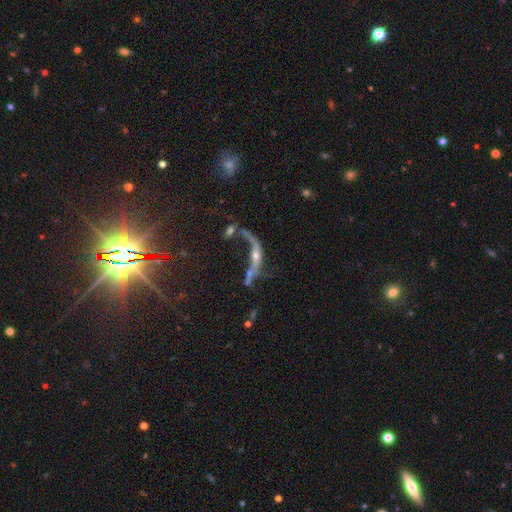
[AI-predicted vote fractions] smooth_or_featured: featured or disk (p=0.64) [alt: smooth p=0.20]
disk_edge_on: no (p=0.69) [alt: yes p=0.31]
merging: merger (p=0.33) [alt: major disturbance p=0.31]